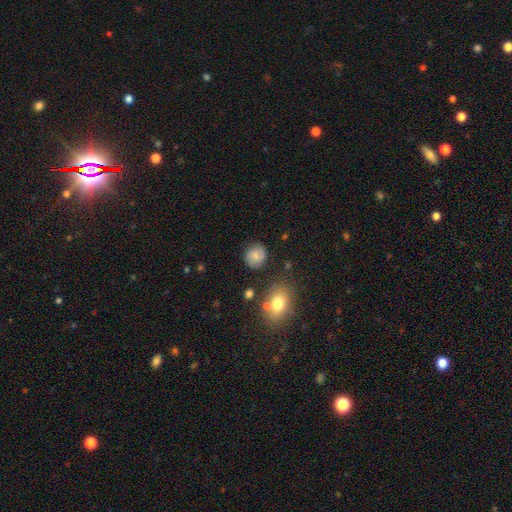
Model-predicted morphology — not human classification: smooth 67%, featured or disk 23%, star or artifact 10%. Down the decision tree: how rounded — round (79%); merging — none (79%).